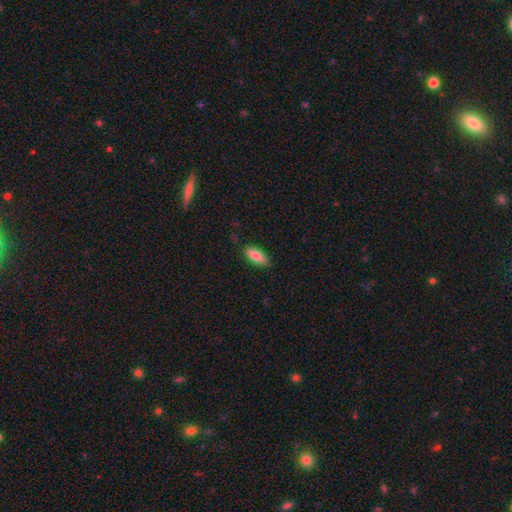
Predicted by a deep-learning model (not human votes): A smooth galaxy with no disk features (82%) that is in between round and cigar-shaped (80%).

Vote fractions:
- Smooth or featured? smooth: 82% / featured or disk: 11% / star or artifact: 6%
- How rounded? in between: 80% / cigar-shaped: 18% / round: 2%
- Merging? none: 85% / minor disturbance: 12% / major disturbance: 2% / merger: 1%